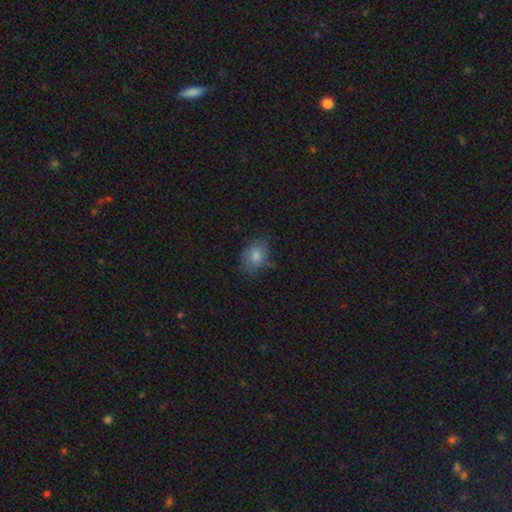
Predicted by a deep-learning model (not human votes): Smooth or featured? Predicted: smooth (p=0.79). How rounded? Predicted: in between (p=0.73). Merging? Predicted: none (p=0.67).